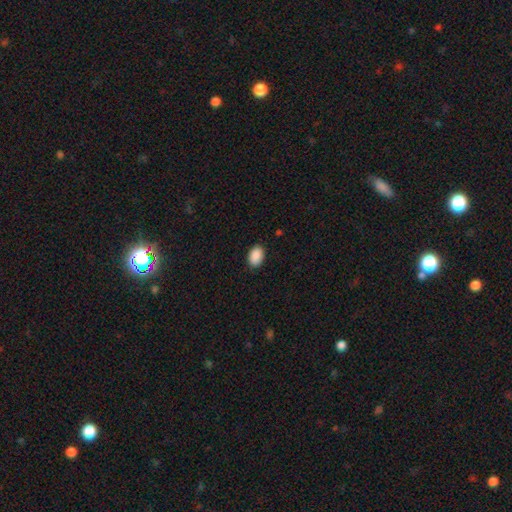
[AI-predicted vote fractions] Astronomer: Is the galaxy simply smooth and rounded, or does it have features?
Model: smooth — 91%.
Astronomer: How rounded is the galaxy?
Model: in between — 86%.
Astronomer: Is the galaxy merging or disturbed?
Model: none — 88%.